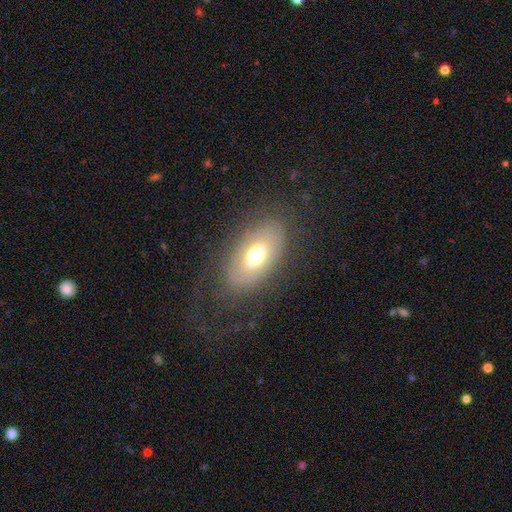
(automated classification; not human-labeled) Smooth or featured? Predicted: smooth (p=0.58). How rounded? Predicted: in between (p=0.90). Merging? Predicted: none (p=0.74).